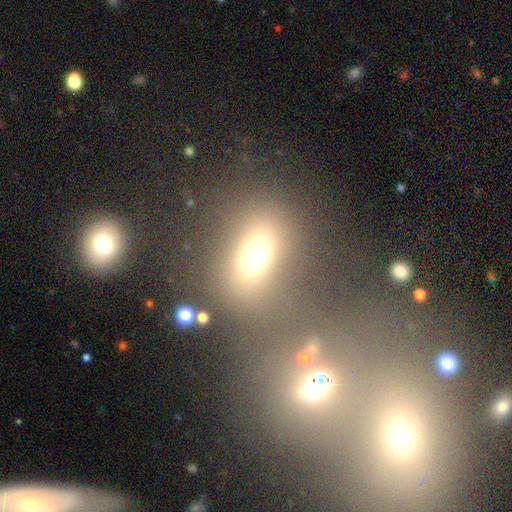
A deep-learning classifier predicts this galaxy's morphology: This appears to be a smooth galaxy with no disk features (63%) that is in between round and cigar-shaped (66%). Merging: none (69%).